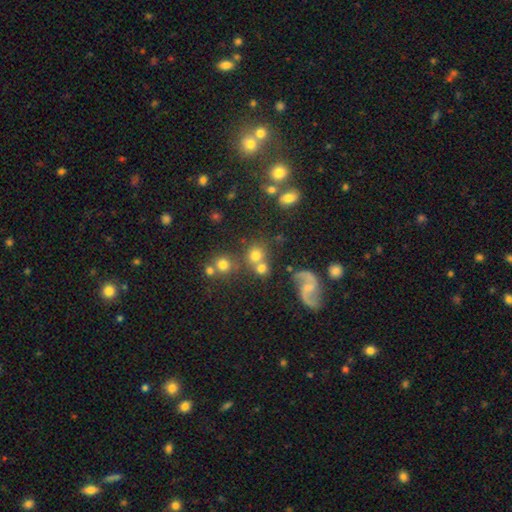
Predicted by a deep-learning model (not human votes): Smooth or featured? smooth (67%)
How rounded? round (83%)
Merging? none (58%)